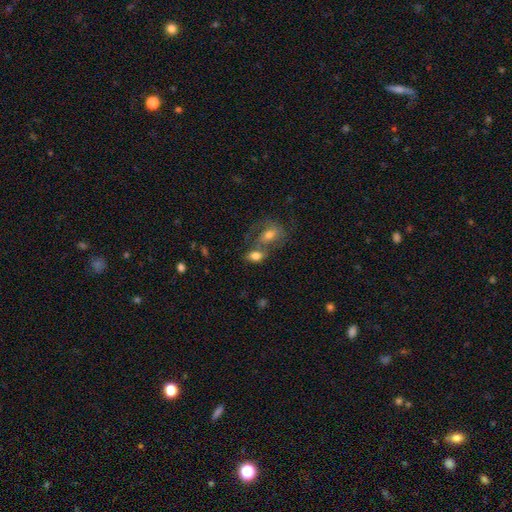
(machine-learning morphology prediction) Smooth or featured?
  - smooth: 72% *
  - featured or disk: 19%
  - star or artifact: 9%
How rounded?
  - in between: 80% *
  - round: 17%
  - cigar-shaped: 3%
Merging?
  - merger: 57% *
  - none: 27%
  - minor disturbance: 10%
  - major disturbance: 6%